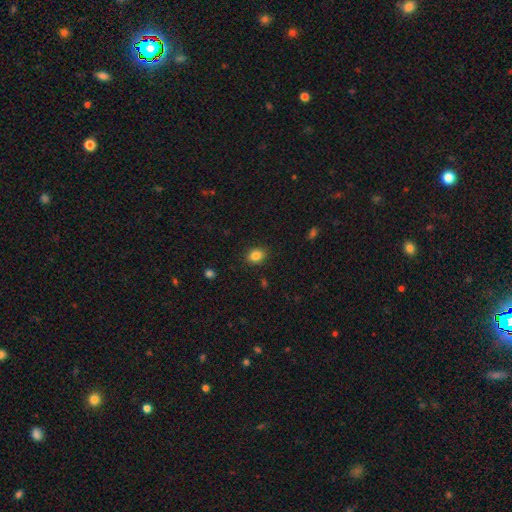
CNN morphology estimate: A smooth galaxy with no disk features (85%) that is in between round and cigar-shaped (50%).

Vote fractions:
- Smooth or featured? smooth: 85% / star or artifact: 10% / featured or disk: 5%
- How rounded? in between: 50% / round: 49% / cigar-shaped: 1%
- Merging? none: 88% / minor disturbance: 8% / major disturbance: 2% / merger: 1%